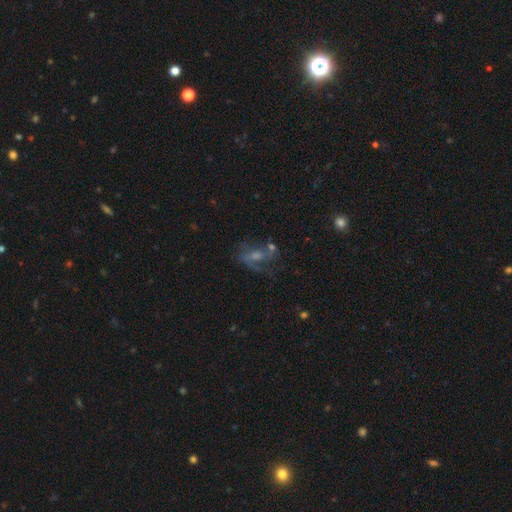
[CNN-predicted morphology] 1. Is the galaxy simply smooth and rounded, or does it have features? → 56% featured or disk, 23% star or artifact, 21% smooth.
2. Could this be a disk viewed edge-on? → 94% no, 6% yes.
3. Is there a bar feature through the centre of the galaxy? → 55% no, 35% weak, 10% strong.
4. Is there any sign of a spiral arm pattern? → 70% yes, 30% no.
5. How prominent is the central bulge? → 47% moderate, 38% small, 8% none, 6% large, 2% dominant.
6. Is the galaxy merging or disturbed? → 47% none, 20% major disturbance, 18% minor disturbance, 15% merger.